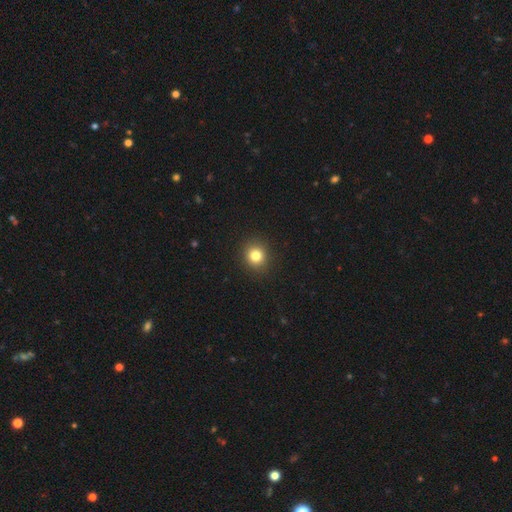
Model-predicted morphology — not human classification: A smooth galaxy with no disk features (82%) that is round (83%). Merging: none (91%).